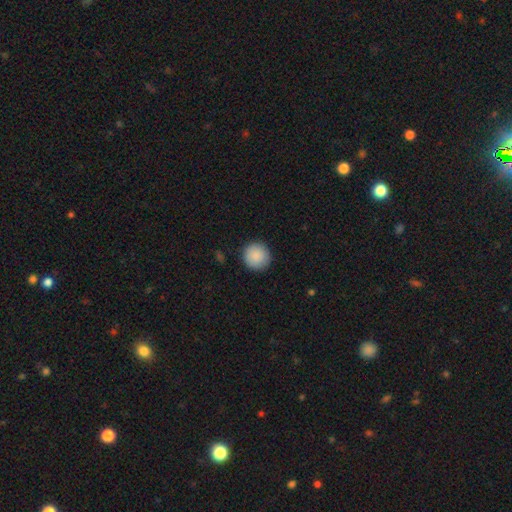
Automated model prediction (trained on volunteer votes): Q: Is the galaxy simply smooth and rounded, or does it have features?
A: smooth — 89%.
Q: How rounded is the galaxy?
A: round — 95%.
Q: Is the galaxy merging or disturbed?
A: none — 90%.